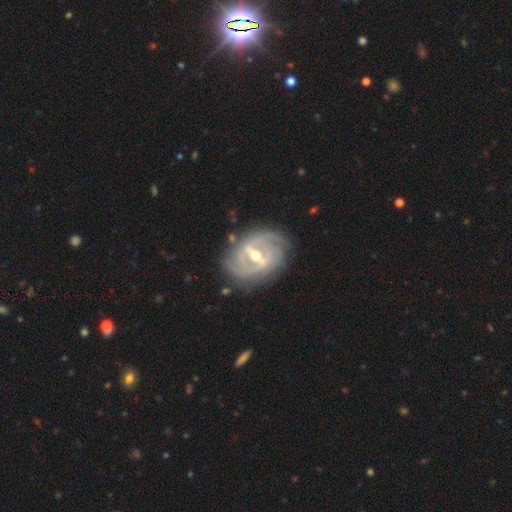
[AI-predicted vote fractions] smooth-or-featured: featured or disk: 90% | smooth: 6% | star or artifact: 5%
  disk-edge-on: no: 96% | yes: 4%
    bar: strong: 62% | weak: 31% | no: 7%
    has-spiral-arms: yes: 94% | no: 6%
      spiral-winding: tight: 55% | medium: 34% | loose: 11%
      spiral-arm-count: 2: 44% | 3: 20% | can't tell: 20% | 4: 8% | 1: 4% | more than 4: 4%
    bulge-size: moderate: 62% | small: 33% | large: 3% | none: 1% | dominant: 1%
  merging: none: 77% | minor disturbance: 16% | major disturbance: 5% | merger: 2%